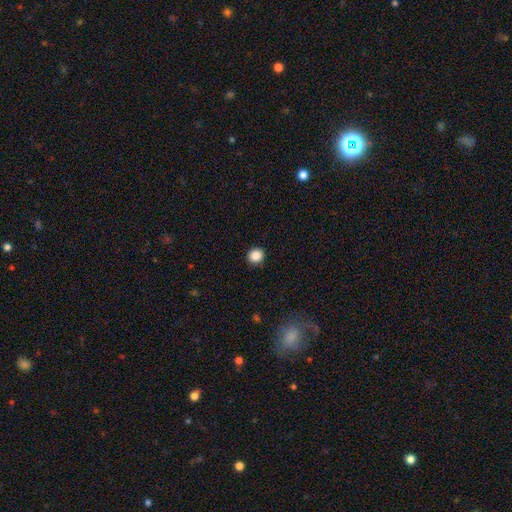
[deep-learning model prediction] Q: Smooth or featured?
A: smooth (87%); runner-up: star or artifact (10%)
Q: How rounded?
A: round (90%); runner-up: in between (9%)
Q: Merging?
A: none (91%); runner-up: minor disturbance (6%)